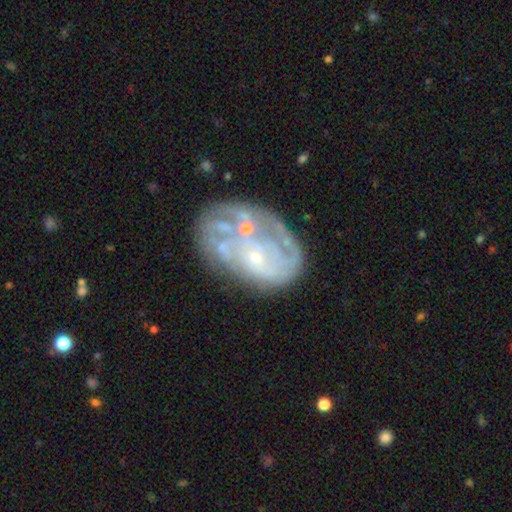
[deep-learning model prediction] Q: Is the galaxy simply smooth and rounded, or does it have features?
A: featured or disk — 77%.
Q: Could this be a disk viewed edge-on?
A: no — 97%.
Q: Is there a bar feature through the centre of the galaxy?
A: no — 80%.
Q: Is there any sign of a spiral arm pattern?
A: yes — 74%.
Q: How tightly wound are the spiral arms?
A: tight — 61%.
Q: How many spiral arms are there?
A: can't tell — 48%.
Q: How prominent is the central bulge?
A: small — 79%.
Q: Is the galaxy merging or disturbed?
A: none — 49%.